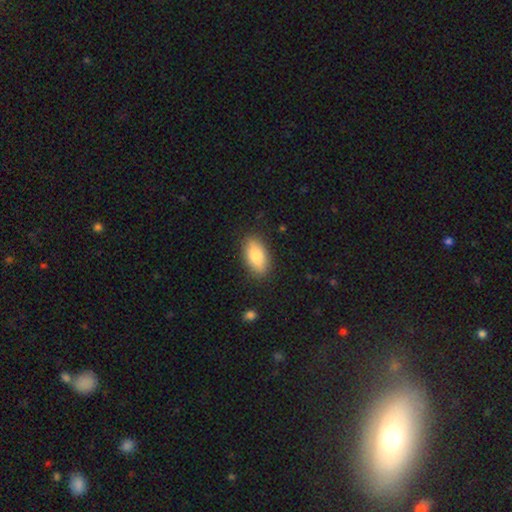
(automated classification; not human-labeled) Smooth or featured?
  - smooth: 83% *
  - featured or disk: 11%
  - star or artifact: 6%
How rounded?
  - in between: 88% *
  - cigar-shaped: 8%
  - round: 3%
Merging?
  - none: 86% *
  - minor disturbance: 10%
  - major disturbance: 2%
  - merger: 1%